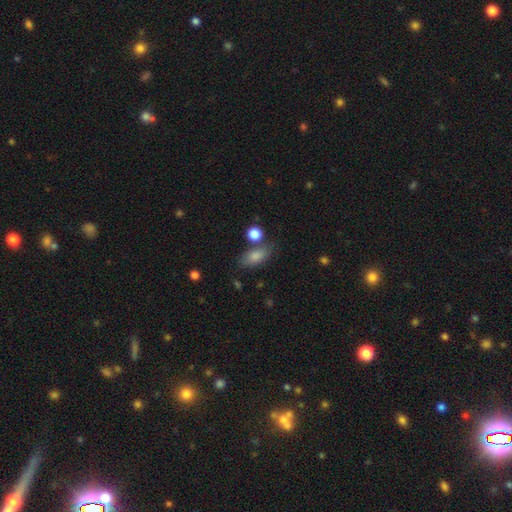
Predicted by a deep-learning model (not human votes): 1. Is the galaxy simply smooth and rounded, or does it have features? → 83% smooth, 9% featured or disk, 8% star or artifact.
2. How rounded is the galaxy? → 84% in between, 8% round, 8% cigar-shaped.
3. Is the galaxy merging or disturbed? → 65% none, 17% minor disturbance, 12% merger, 6% major disturbance.